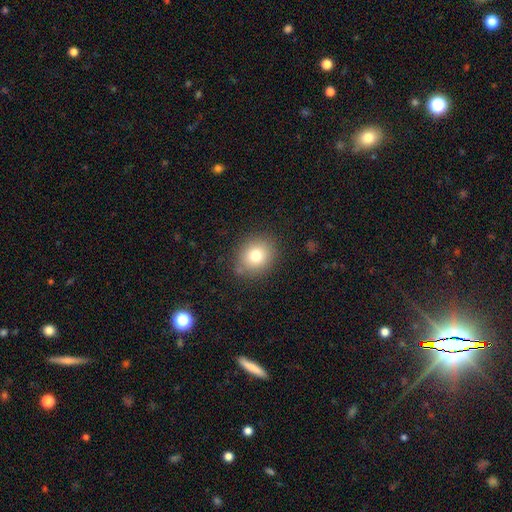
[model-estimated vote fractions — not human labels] A smooth galaxy with no disk features (76%) that is round (71%). Merging: none (84%).